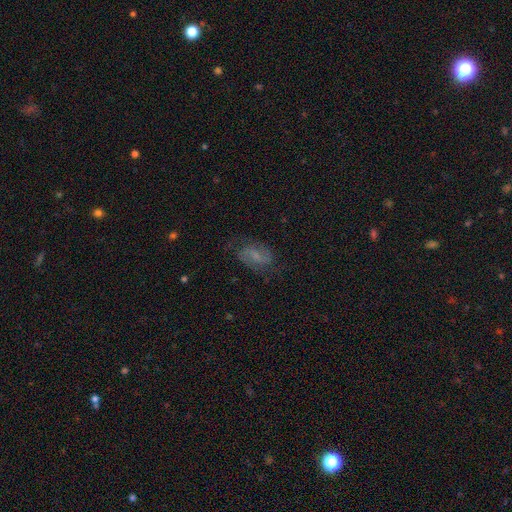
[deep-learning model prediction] Smooth or featured?
  - featured or disk: 71% *
  - smooth: 20%
  - star or artifact: 9%
Edge-on disk?
  - no: 97% *
  - yes: 3%
Bar?
  - weak: 53% *
  - no: 30%
  - strong: 17%
Spiral arms?
  - yes: 94% *
  - no: 6%
Spiral winding?
  - medium: 51% *
  - loose: 30%
  - tight: 19%
Spiral arm count?
  - 2: 90% *
  - can't tell: 5%
  - 1: 2%
  - 3: 1%
  - 4: 1%
  - more than 4: 1%
Bulge size?
  - small: 40% *
  - none: 33%
  - moderate: 22%
  - large: 3%
  - dominant: 1%
Merging?
  - none: 75% *
  - minor disturbance: 16%
  - major disturbance: 7%
  - merger: 1%